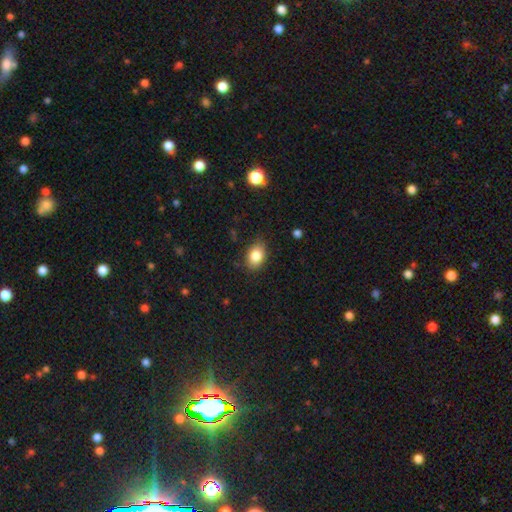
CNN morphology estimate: This appears to be a smooth galaxy with no disk features (84%) that is in between round and cigar-shaped (78%). Merging: none (80%).